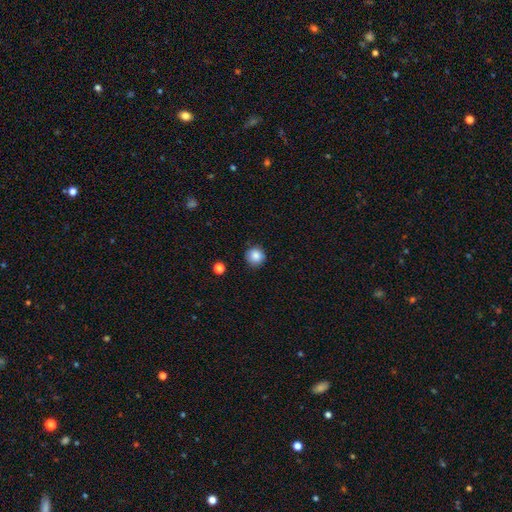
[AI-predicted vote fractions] Q: Smooth or featured?
A: smooth (86%); runner-up: star or artifact (10%)
Q: How rounded?
A: round (93%); runner-up: in between (6%)
Q: Merging?
A: none (87%); runner-up: minor disturbance (9%)